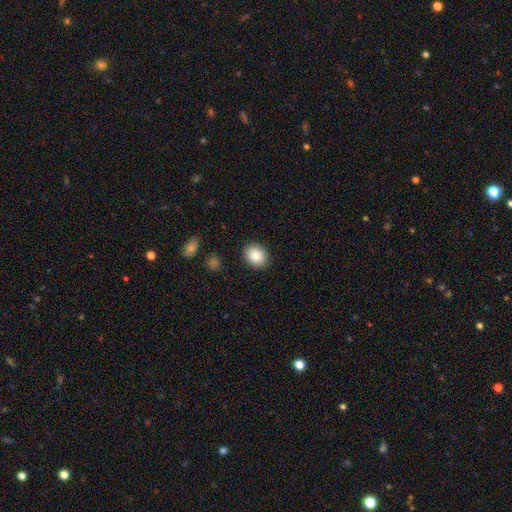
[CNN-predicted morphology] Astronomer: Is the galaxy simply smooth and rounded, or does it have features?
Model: smooth — 86%.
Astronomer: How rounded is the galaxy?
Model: round — 55% (runner-up: in between, 44%).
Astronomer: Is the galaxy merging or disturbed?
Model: none — 89%.